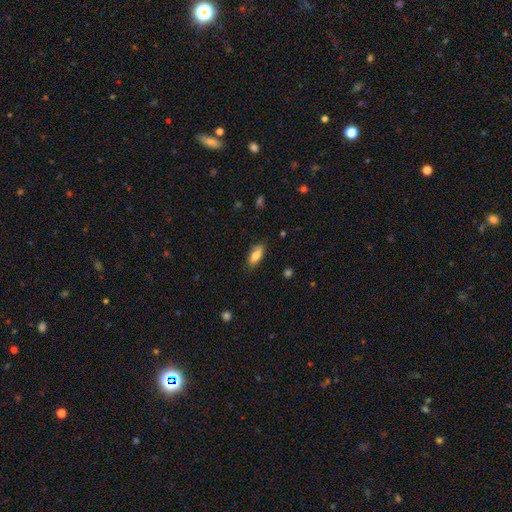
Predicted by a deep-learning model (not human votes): Smooth or featured?
  - smooth: 78% *
  - featured or disk: 14%
  - star or artifact: 7%
How rounded?
  - in between: 82% *
  - cigar-shaped: 15%
  - round: 3%
Merging?
  - none: 77% *
  - minor disturbance: 18%
  - major disturbance: 3%
  - merger: 1%